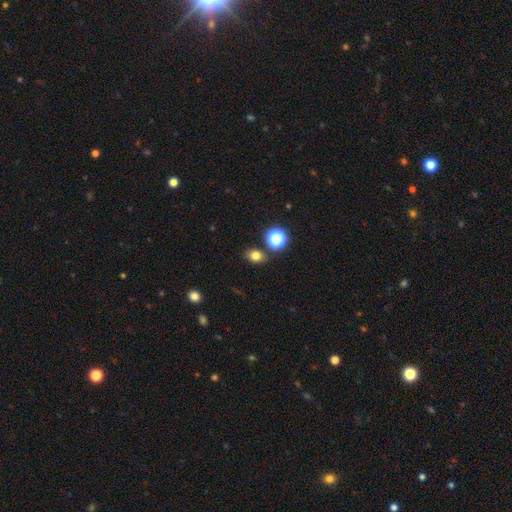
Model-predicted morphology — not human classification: smooth-or-featured: smooth: 76% | star or artifact: 17% | featured or disk: 7%
  how-rounded: in between: 50% | round: 49% | cigar-shaped: 1%
  merging: none: 81% | minor disturbance: 10% | merger: 6% | major disturbance: 3%